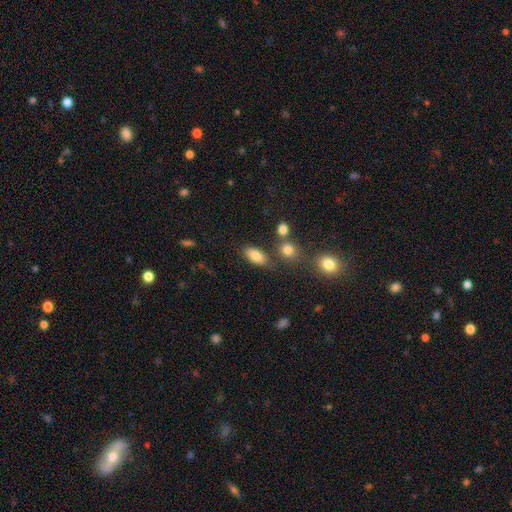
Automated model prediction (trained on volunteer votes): Smooth or featured: smooth — 84% (star or artifact — 9%)
How rounded: in between — 89% (round — 6%)
Merging: none — 74% (minor disturbance — 13%)